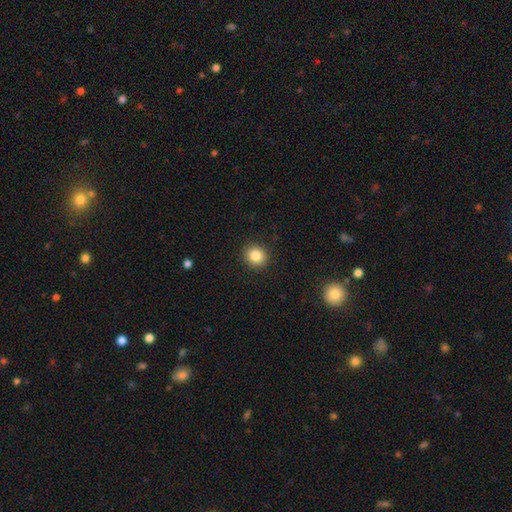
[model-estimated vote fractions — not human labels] A smooth galaxy with no disk features (84%) that is round (85%).

Vote fractions:
- Smooth or featured? smooth: 84% / star or artifact: 10% / featured or disk: 6%
- How rounded? round: 85% / in between: 14% / cigar-shaped: 1%
- Merging? none: 91% / minor disturbance: 6% / major disturbance: 2% / merger: 1%